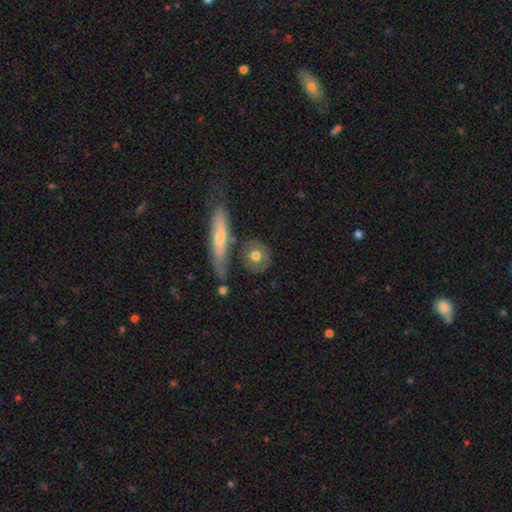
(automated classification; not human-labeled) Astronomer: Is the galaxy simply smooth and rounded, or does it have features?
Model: smooth — 64%.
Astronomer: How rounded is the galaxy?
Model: round — 69%.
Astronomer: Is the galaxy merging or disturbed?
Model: none — 70%.